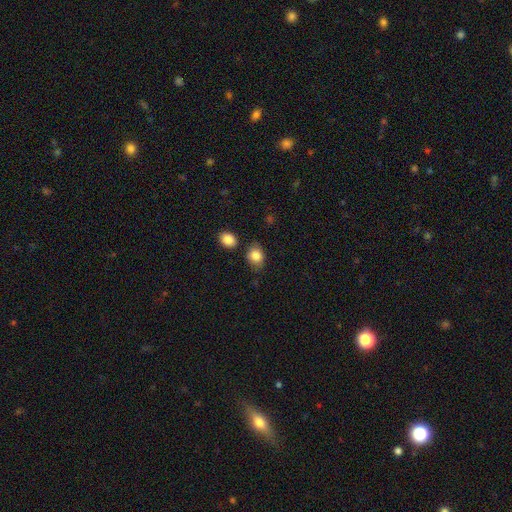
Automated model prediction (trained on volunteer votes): The model was most divided on "how rounded": in between: 63%, round: 36%, cigar-shaped: 1%. More confident: smooth or featured — smooth (84%); merging — none (74%).